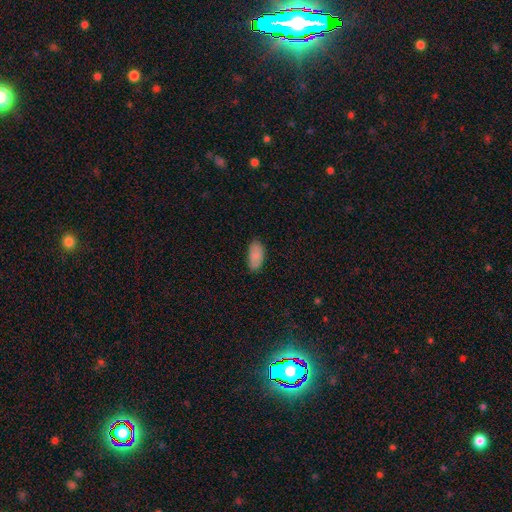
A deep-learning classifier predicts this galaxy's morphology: Smooth or featured? Predicted: smooth (p=0.88). How rounded? Predicted: in between (p=0.93). Merging? Predicted: none (p=0.82).